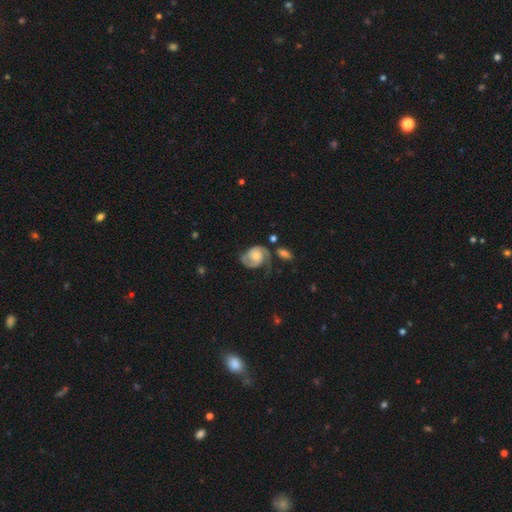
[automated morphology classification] This is clearly a featured or disk galaxy (84%). It is clearly not viewed edge-on (98%). Bar: likely no (71%). Spiral arm pattern: clearly yes (96%). Spiral arm count: clearly 2 (83%). Spiral winding: marginally medium (43%). Central bulge: possibly small (47%). Merging: possibly none (57%).